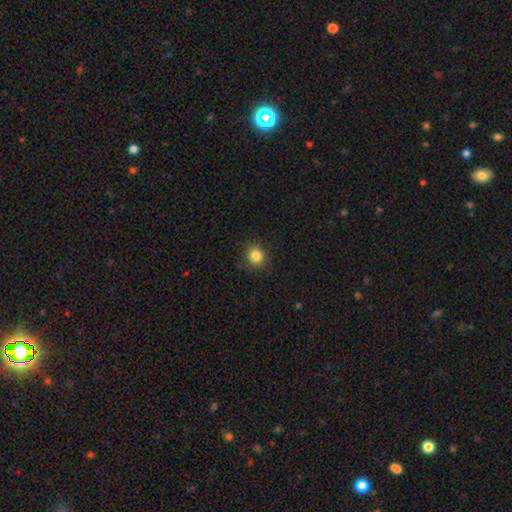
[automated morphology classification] smooth 85%, star or artifact 11%, featured or disk 5%. Down the decision tree: how rounded — round (85%); merging — none (89%).